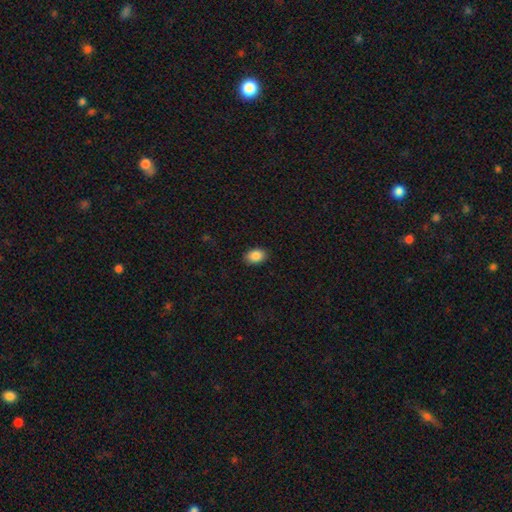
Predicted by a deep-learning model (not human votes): A smooth galaxy with no disk features (88%) that is in between round and cigar-shaped (83%).

Vote fractions:
- Smooth or featured? smooth: 88% / star or artifact: 8% / featured or disk: 4%
- How rounded? in between: 83% / round: 16% / cigar-shaped: 1%
- Merging? none: 88% / minor disturbance: 9% / major disturbance: 2% / merger: 1%